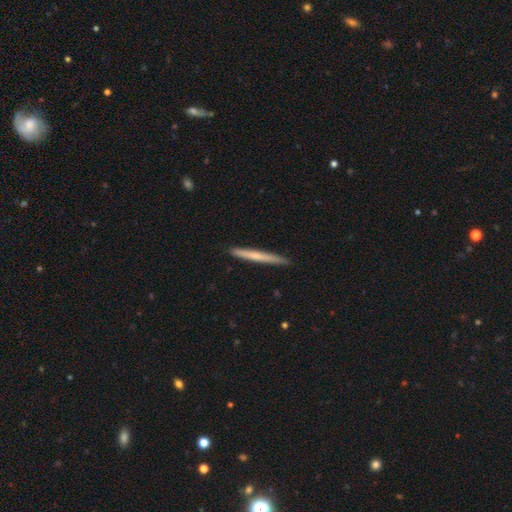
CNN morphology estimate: A smooth galaxy with no disk features (56%) that is cigar-shaped (97%). Merging: none (91%).